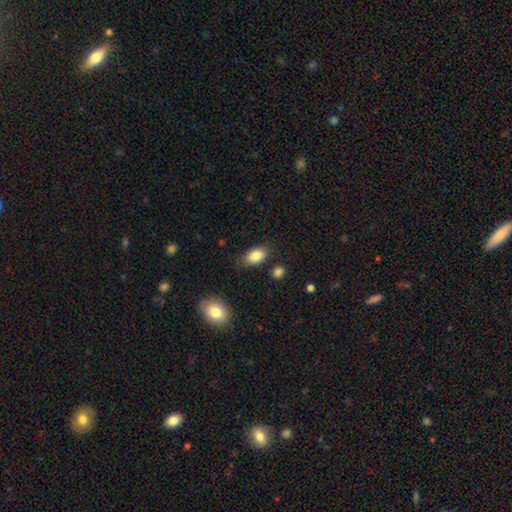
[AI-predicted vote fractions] This is clearly a smooth galaxy (85%). How rounded: clearly in between (89%). Merging: likely none (78%).